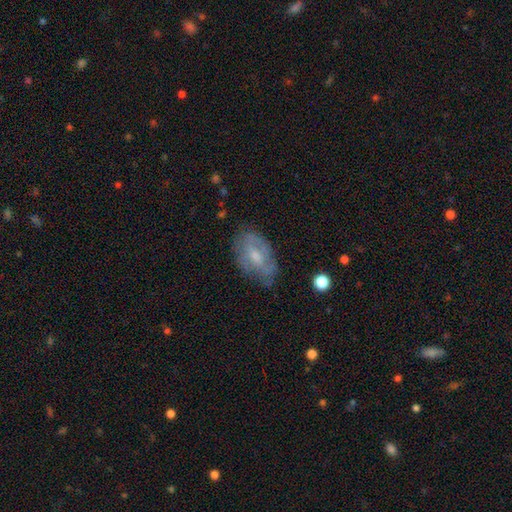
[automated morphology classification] Smooth or featured: featured or disk — 51% (smooth — 42%)
Edge-on disk: no — 92% (yes — 8%)
Merging: none — 60% (minor disturbance — 27%)